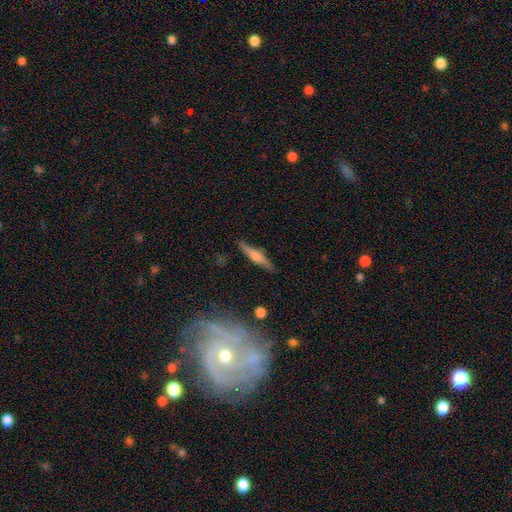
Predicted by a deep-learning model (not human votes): smooth_or_featured: smooth (p=0.48) [alt: featured or disk p=0.45]
merging: none (p=0.85) [alt: minor disturbance p=0.11]